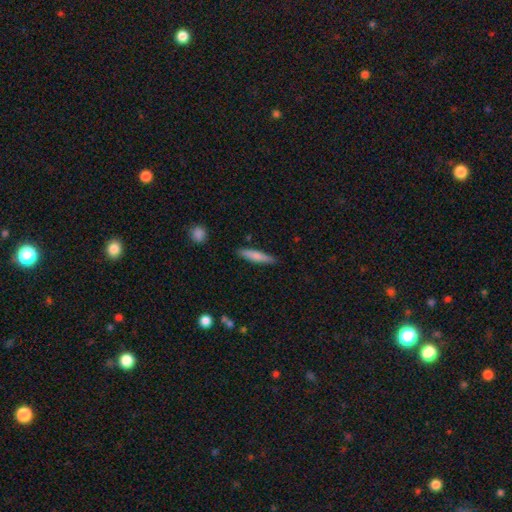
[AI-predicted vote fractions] A smooth galaxy with no disk features (72%) that is cigar-shaped (86%).

Vote fractions:
- Smooth or featured? smooth: 72% / featured or disk: 23% / star or artifact: 6%
- How rounded? cigar-shaped: 86% / in between: 13% / round: 2%
- Merging? none: 86% / minor disturbance: 10% / major disturbance: 2% / merger: 2%